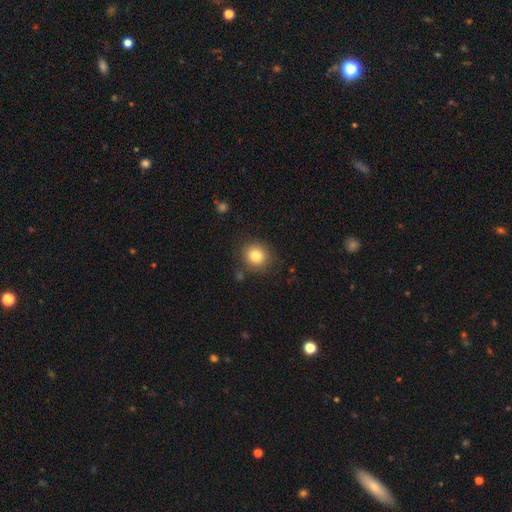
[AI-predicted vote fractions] A smooth galaxy with no disk features (81%) that is round (85%). Merging: none (85%).